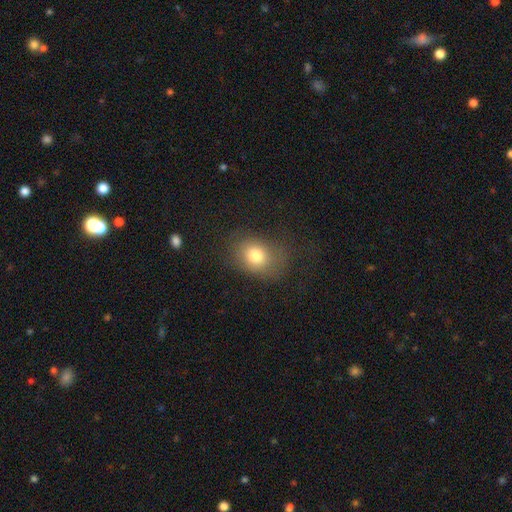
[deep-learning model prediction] A smooth galaxy with no disk features (78%) that is in between round and cigar-shaped (53%). Merging: none (68%).